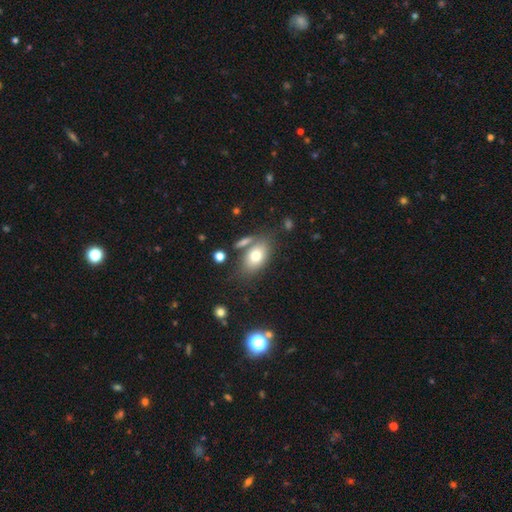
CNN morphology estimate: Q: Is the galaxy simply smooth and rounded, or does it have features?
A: smooth — 75%.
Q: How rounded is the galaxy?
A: in between — 88%.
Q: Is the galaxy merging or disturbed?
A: none — 65%.